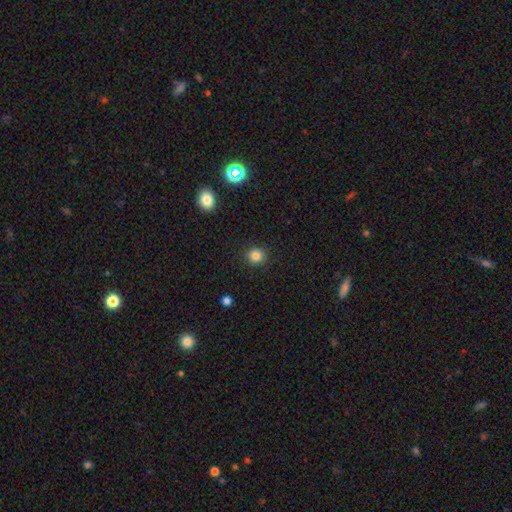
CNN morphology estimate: Overall: smooth (84%). How rounded: round (91%). Merging: none (91%).